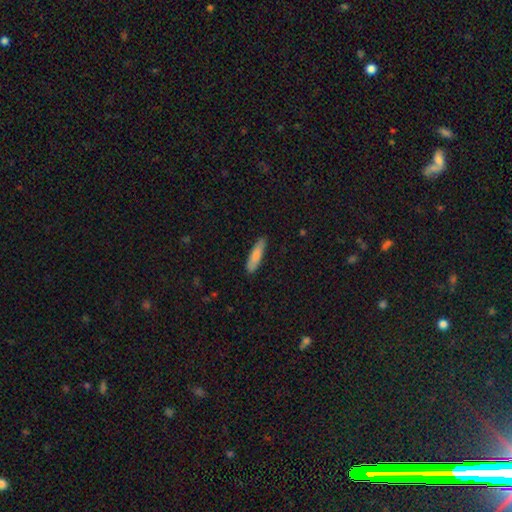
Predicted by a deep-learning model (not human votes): smooth_or_featured: smooth (p=0.81) [alt: featured or disk p=0.14]
how_rounded: cigar-shaped (p=0.71) [alt: in between p=0.27]
merging: none (p=0.87) [alt: minor disturbance p=0.10]